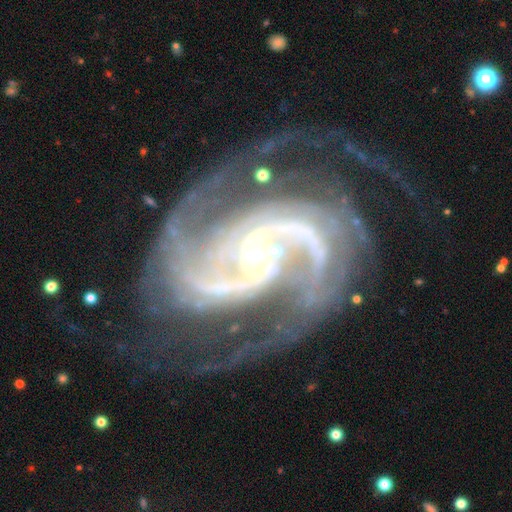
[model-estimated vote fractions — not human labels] This appears to be a featured or disk galaxy (94%) with a weak bar (36%), 2 (65%) medium (58%) spiral arms (99%) and a small central bulge (70%). Merging: none (66%).